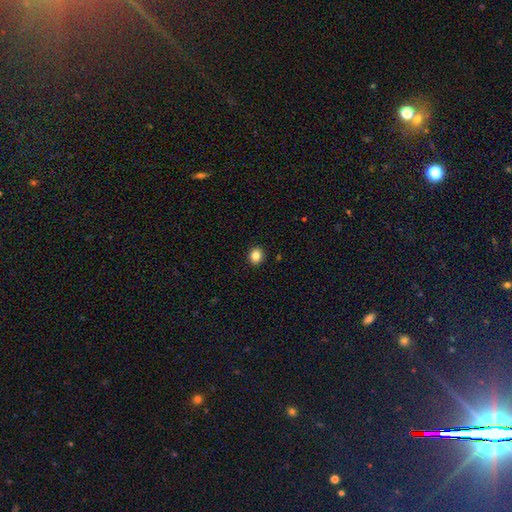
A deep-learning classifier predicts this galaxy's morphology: This is clearly a smooth galaxy (85%). How rounded: likely round (75%). Merging: clearly none (92%).